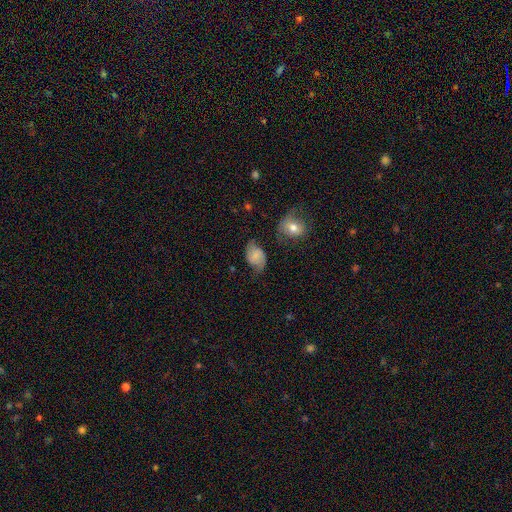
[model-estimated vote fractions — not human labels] Smooth or featured? Predicted: smooth (p=0.60). How rounded? Predicted: in between (p=0.76). Merging? Predicted: none (p=0.51).